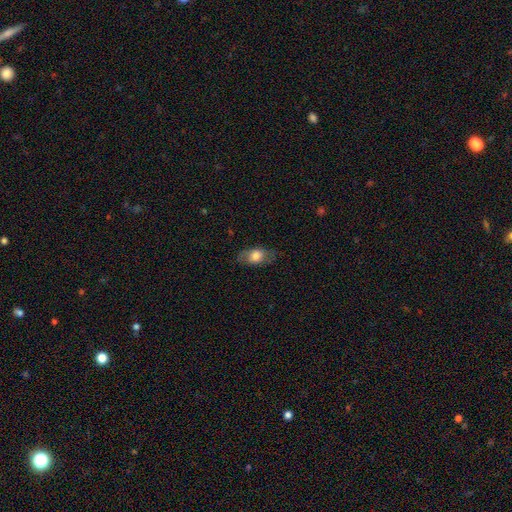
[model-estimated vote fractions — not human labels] smooth 63%, featured or disk 29%, star or artifact 8%. Down the decision tree: how rounded — in between (85%); merging — none (72%).